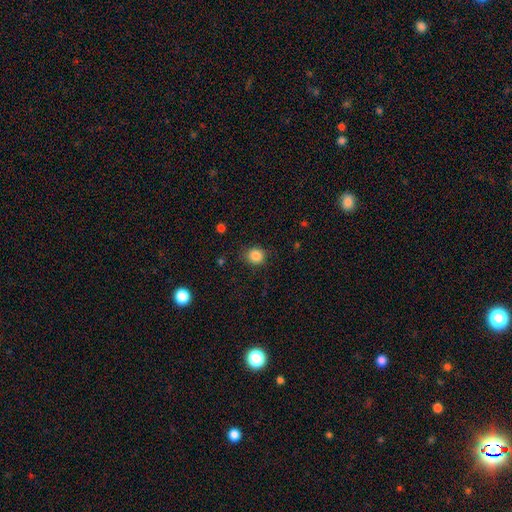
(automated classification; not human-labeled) Smooth or featured?
  - smooth: 85% *
  - star or artifact: 11%
  - featured or disk: 4%
How rounded?
  - round: 83% *
  - in between: 16%
  - cigar-shaped: 1%
Merging?
  - none: 84% *
  - minor disturbance: 12%
  - major disturbance: 3%
  - merger: 1%